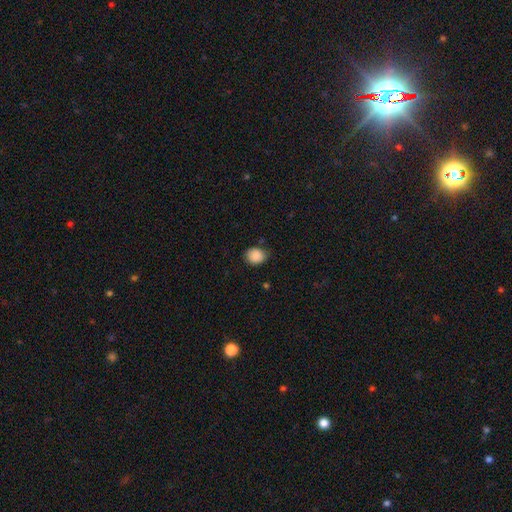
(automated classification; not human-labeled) smooth 88%, star or artifact 8%, featured or disk 3%. Down the decision tree: how rounded — round (60%); merging — none (75%).